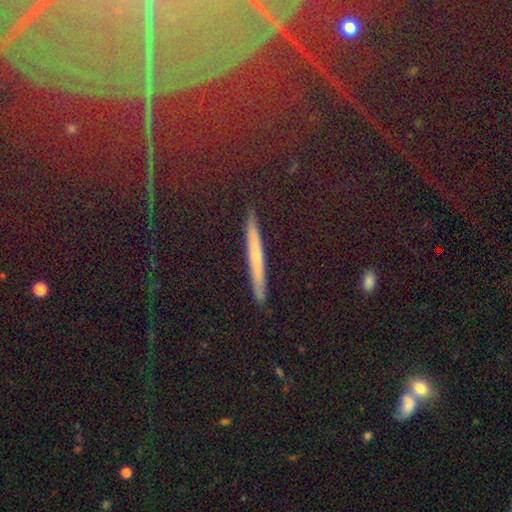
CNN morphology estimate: smooth 43%, featured or disk 37%, star or artifact 20%. Down the decision tree: merging — none (89%).